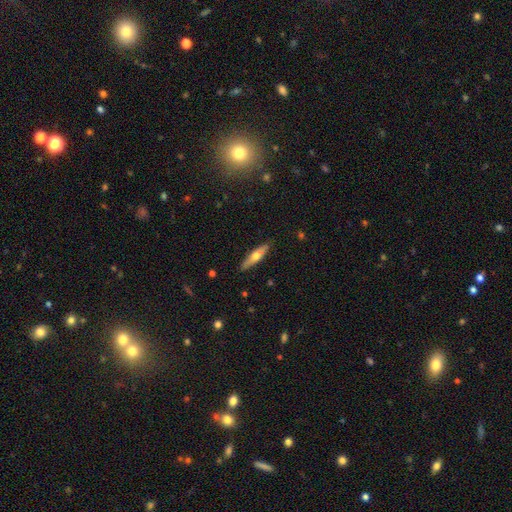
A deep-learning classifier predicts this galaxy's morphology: Smooth or featured? smooth (47%, tied with featured or disk)
Merging? none (88%)